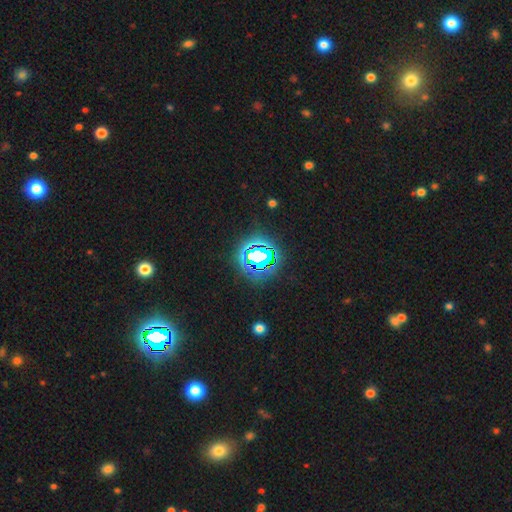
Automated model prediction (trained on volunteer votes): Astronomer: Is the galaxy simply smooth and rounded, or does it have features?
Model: star or artifact — 73%.